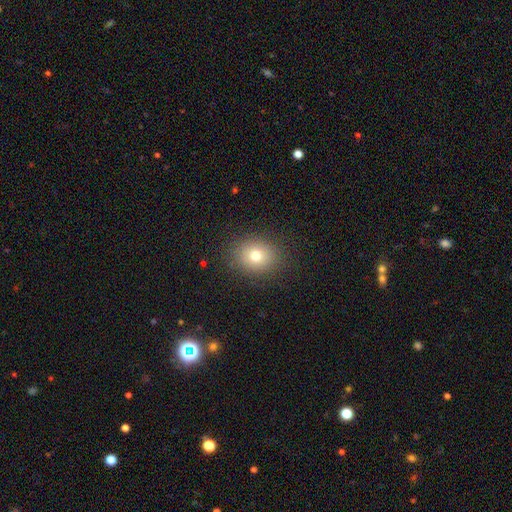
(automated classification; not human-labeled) This appears to be a smooth galaxy with no disk features (75%) that is round (63%). Merging: none (87%).